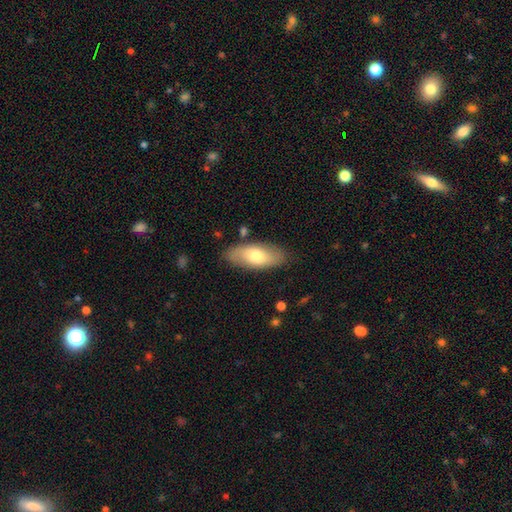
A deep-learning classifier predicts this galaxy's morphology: Smooth or featured? Predicted: smooth (p=0.67). How rounded? Predicted: in between (p=0.86). Merging? Predicted: none (p=0.82).